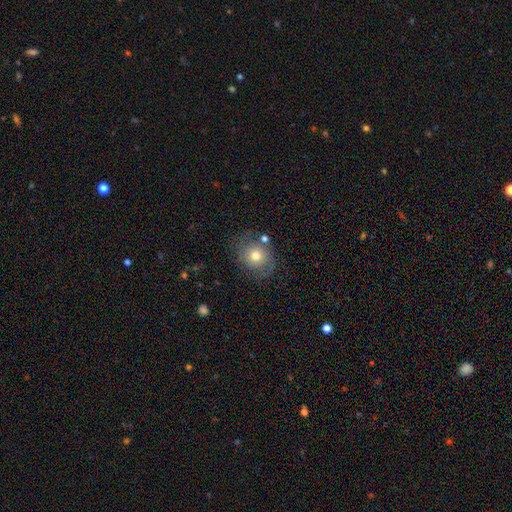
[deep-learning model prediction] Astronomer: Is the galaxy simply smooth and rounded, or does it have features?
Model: smooth — 62%.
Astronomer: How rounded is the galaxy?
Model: round — 72%.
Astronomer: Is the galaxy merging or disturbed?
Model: none — 68%.